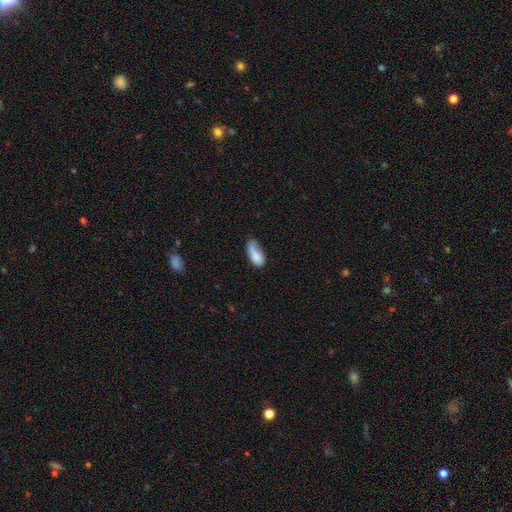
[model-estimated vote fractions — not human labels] Morphology: type=smooth (78%); roundness=in between (83%); merging=none (45%).